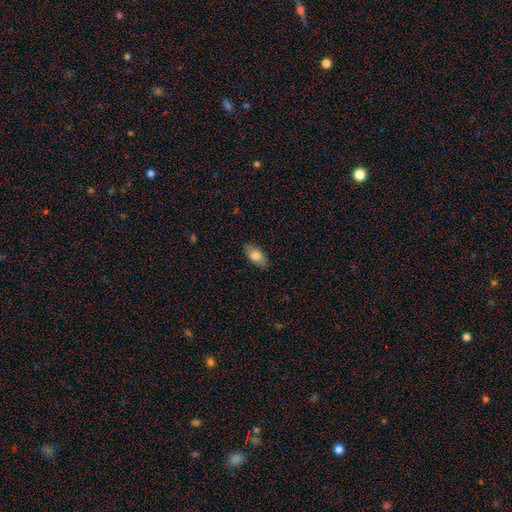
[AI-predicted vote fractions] This is likely a smooth galaxy (79%). How rounded: clearly in between (90%). Merging: clearly none (84%).